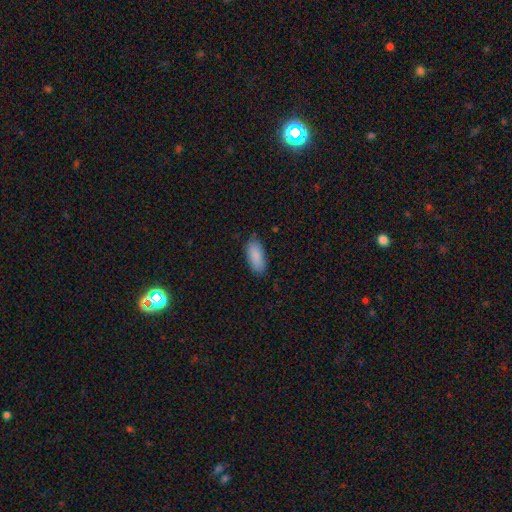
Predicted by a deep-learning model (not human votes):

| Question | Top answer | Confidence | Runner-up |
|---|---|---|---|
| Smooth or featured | smooth | 89% | star or artifact (6%) |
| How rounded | in between | 86% | cigar-shaped (13%) |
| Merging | none | 82% | minor disturbance (15%) |